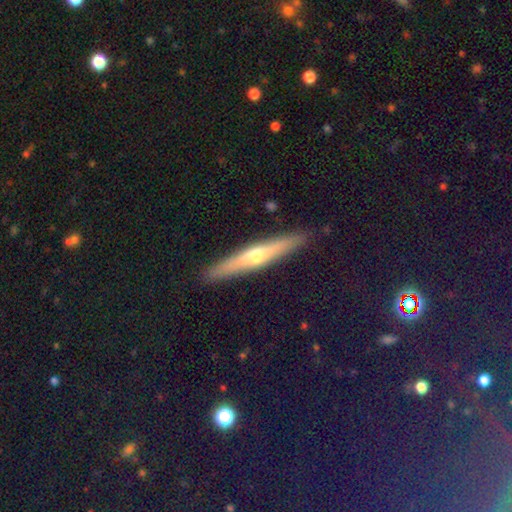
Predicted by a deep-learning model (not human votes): A featured or disk galaxy (56%) viewed edge-on (94%) with a rounded central bulge (83%).

Vote fractions:
- Smooth or featured? featured or disk: 56% / smooth: 38% / star or artifact: 6%
- Edge-on disk? yes: 94% / no: 6%
- Edge-on bulge? rounded: 83% / none: 14% / boxy: 4%
- Merging? none: 90% / minor disturbance: 7% / major disturbance: 2% / merger: 1%